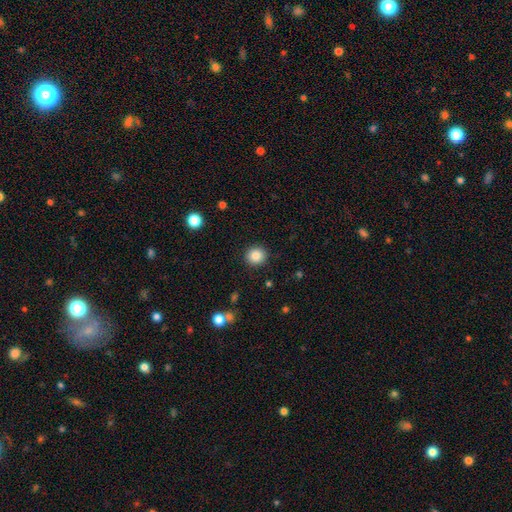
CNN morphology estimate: A smooth galaxy with no disk features (84%) that is round (91%). Merging: none (91%).